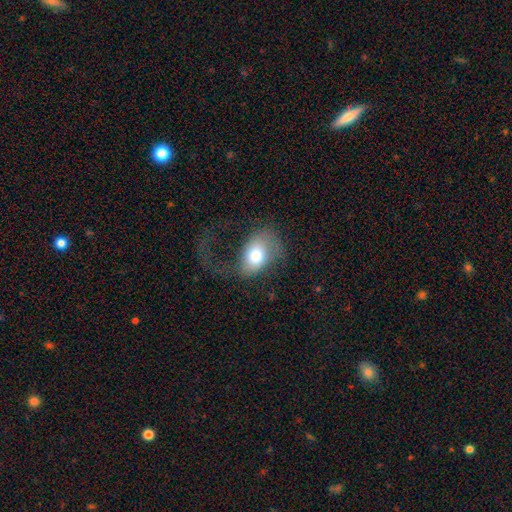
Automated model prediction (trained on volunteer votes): This is likely a smooth galaxy (65%). How rounded: likely in between (79%). Merging: possibly major disturbance (52%).